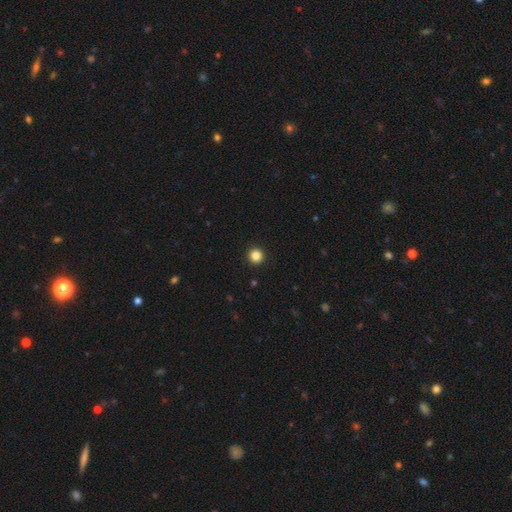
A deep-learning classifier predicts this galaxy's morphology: type=smooth (85%); roundness=round (96%); merging=none (94%).